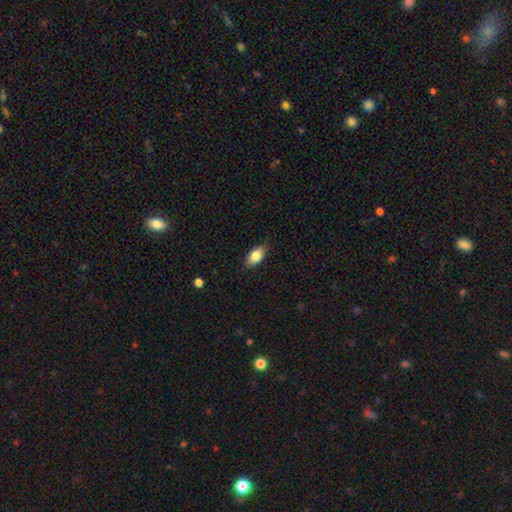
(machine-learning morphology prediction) Smooth or featured: smooth — 84% (featured or disk — 9%)
How rounded: in between — 90% (round — 6%)
Merging: none — 84% (minor disturbance — 13%)